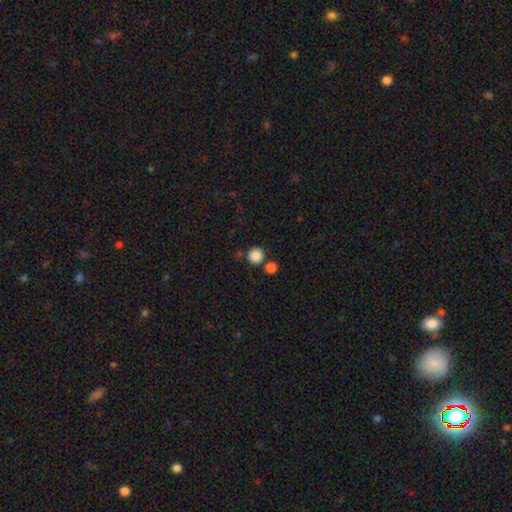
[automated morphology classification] The model was most divided on "merging": none: 77%, merger: 13%, minor disturbance: 7%, major disturbance: 3%. More confident: how rounded — round (93%); smooth or featured — smooth (86%).